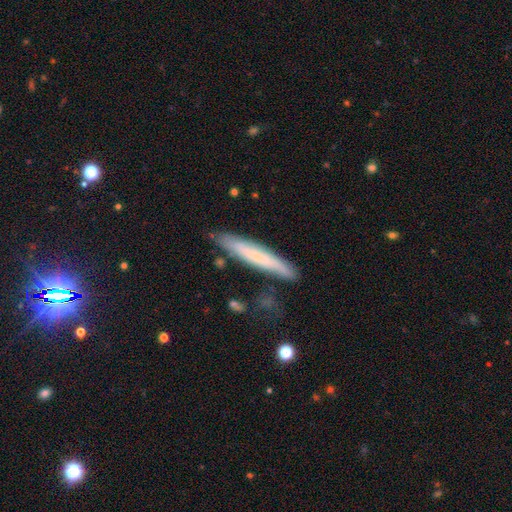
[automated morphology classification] smooth 60%, featured or disk 33%, star or artifact 7%. Down the decision tree: how rounded — cigar-shaped (94%); merging — none (79%).